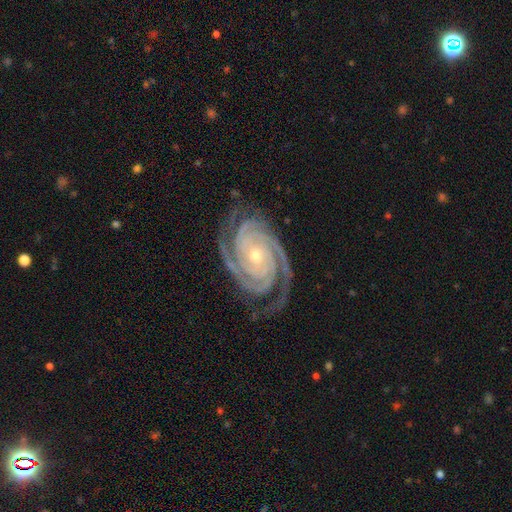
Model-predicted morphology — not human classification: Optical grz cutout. It shows a featured or disk galaxy (94%) with no bar (71%), 2 (34%) tight (84%) spiral arms (99%) and a small central bulge (58%). Merging: none (81%).